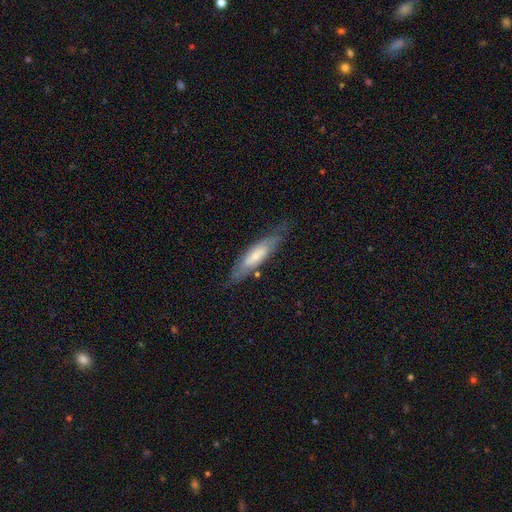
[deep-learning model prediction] Overall: smooth (48%; featured or disk 46%). Merging: none (68%).